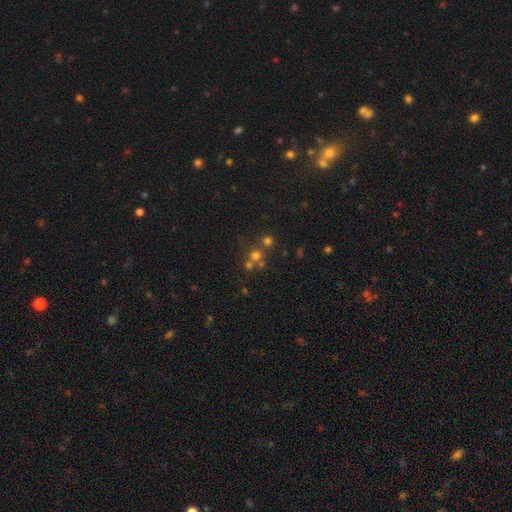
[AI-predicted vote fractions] Smooth or featured? smooth (61%)
How rounded? round (89%)
Merging? none (55%)